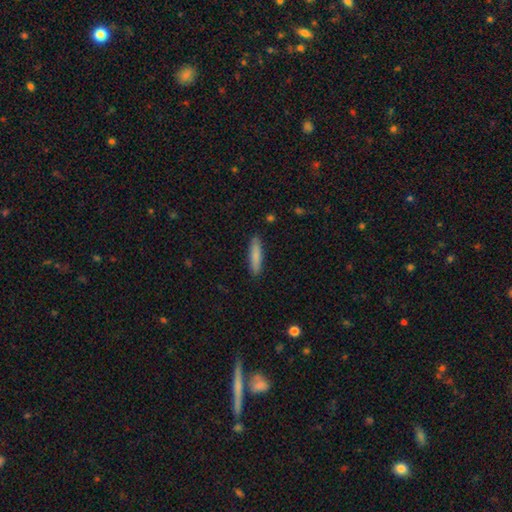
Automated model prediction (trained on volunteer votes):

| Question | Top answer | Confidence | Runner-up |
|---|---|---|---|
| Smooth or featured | smooth | 83% | featured or disk (11%) |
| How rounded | cigar-shaped | 82% | in between (17%) |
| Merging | none | 89% | minor disturbance (8%) |